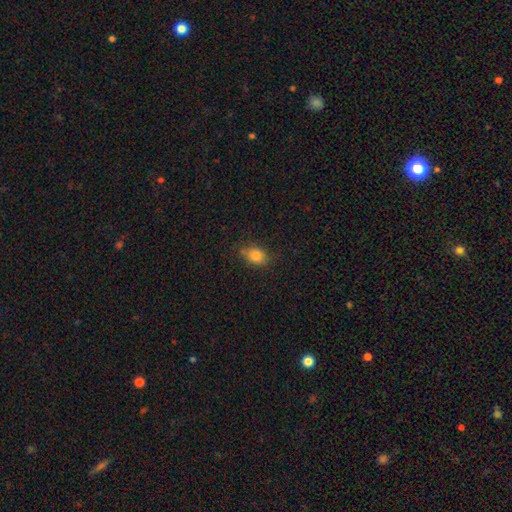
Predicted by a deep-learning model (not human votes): Q: Smooth or featured?
A: smooth (82%); runner-up: star or artifact (10%)
Q: How rounded?
A: in between (73%); runner-up: round (25%)
Q: Merging?
A: none (74%); runner-up: minor disturbance (20%)